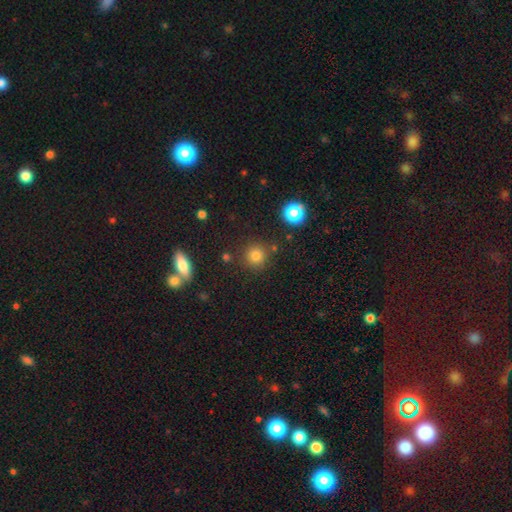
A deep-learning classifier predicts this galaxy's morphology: The model was most divided on "smooth or featured": smooth: 80%, star or artifact: 14%, featured or disk: 6%. More confident: how rounded — round (92%); merging — none (85%).